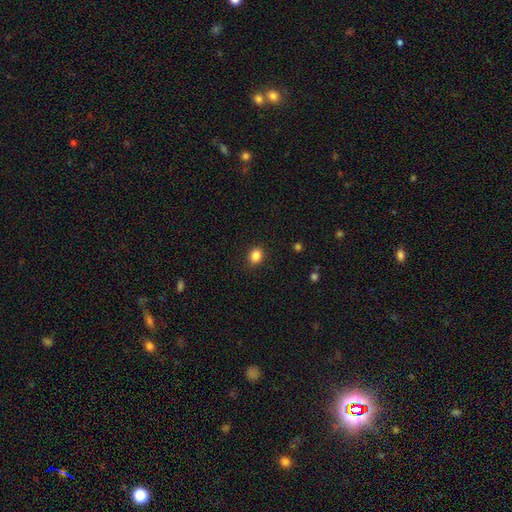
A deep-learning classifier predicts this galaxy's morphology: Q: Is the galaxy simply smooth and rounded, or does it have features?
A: smooth — 86%.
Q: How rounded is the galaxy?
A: round — 57%.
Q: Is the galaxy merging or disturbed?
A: none — 89%.